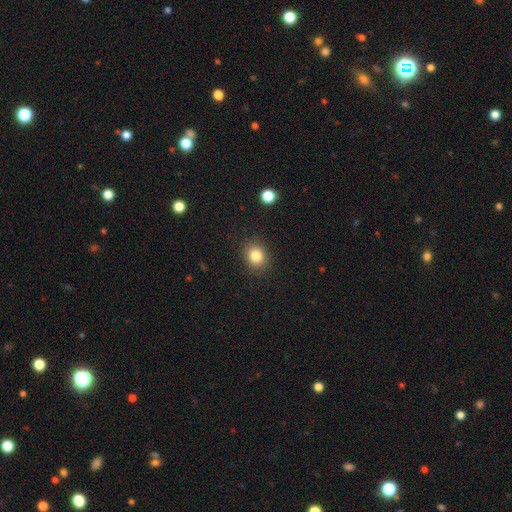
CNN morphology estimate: Overall: smooth (83%). How rounded: round (69%; in between 31%). Merging: none (88%).